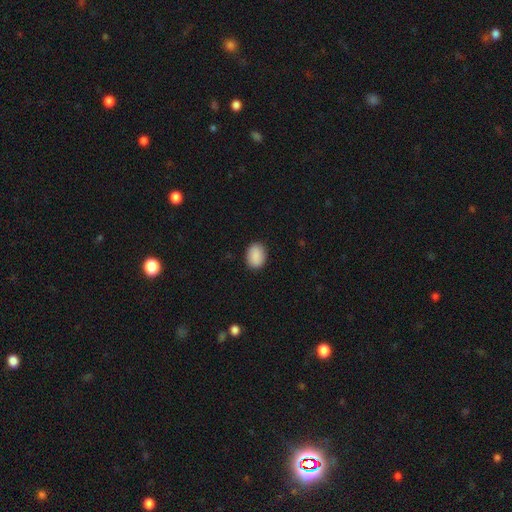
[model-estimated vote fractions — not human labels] Smooth or featured?
  - smooth: 90% *
  - star or artifact: 7%
  - featured or disk: 3%
How rounded?
  - in between: 70% *
  - round: 29%
  - cigar-shaped: 1%
Merging?
  - none: 89% *
  - minor disturbance: 8%
  - major disturbance: 2%
  - merger: 1%